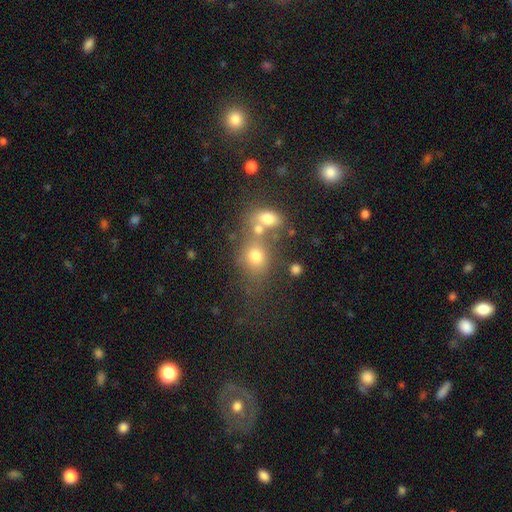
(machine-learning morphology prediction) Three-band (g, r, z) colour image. It shows a smooth galaxy with no disk features (67%) that is round (55%). Merging: none (42%).